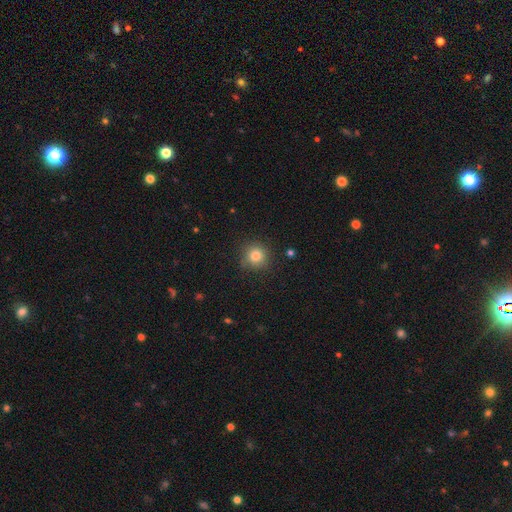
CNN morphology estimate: smooth_or_featured: smooth (p=0.81) [alt: star or artifact p=0.12]
how_rounded: round (p=0.93) [alt: in between p=0.06]
merging: none (p=0.85) [alt: minor disturbance p=0.10]